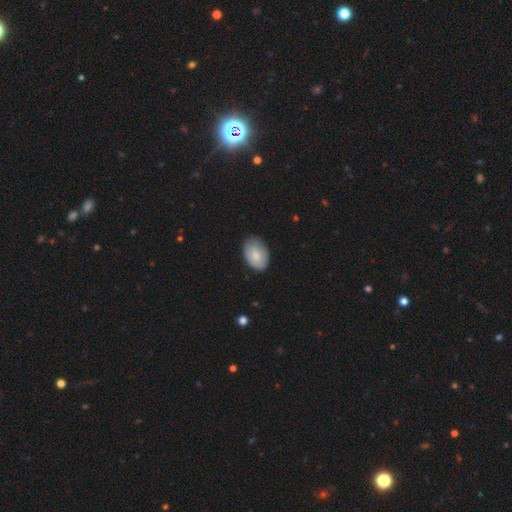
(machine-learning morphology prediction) A smooth galaxy with no disk features (83%) that is in between round and cigar-shaped (87%).

Vote fractions:
- Smooth or featured? smooth: 83% / featured or disk: 11% / star or artifact: 6%
- How rounded? in between: 87% / round: 12% / cigar-shaped: 1%
- Merging? none: 80% / minor disturbance: 17% / major disturbance: 3% / merger: 1%